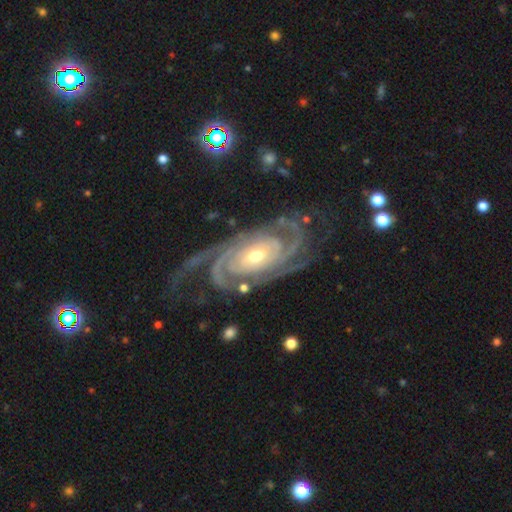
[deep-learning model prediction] This is clearly a featured or disk galaxy (92%). It is clearly not viewed edge-on (96%). Bar: likely no (62%). Spiral arm pattern: clearly yes (98%). Spiral arm count: marginally 2 (42%). Spiral winding: likely tight (72%). Central bulge: possibly moderate (59%). Merging: likely none (69%).